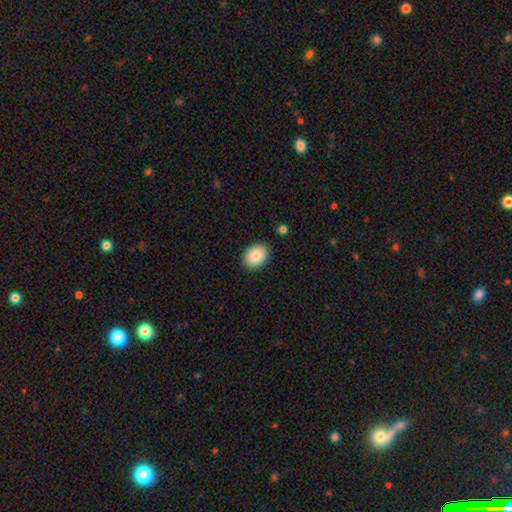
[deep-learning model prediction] This is clearly a smooth galaxy (86%). How rounded: likely in between (75%). Merging: clearly none (88%).